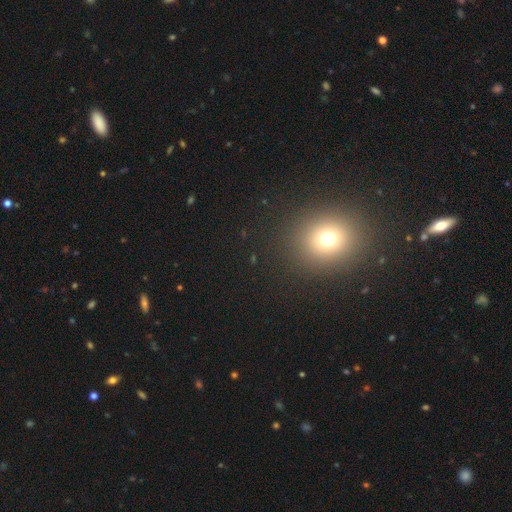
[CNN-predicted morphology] Smooth or featured? smooth (64%)
How rounded? round (74%)
Merging? none (91%)